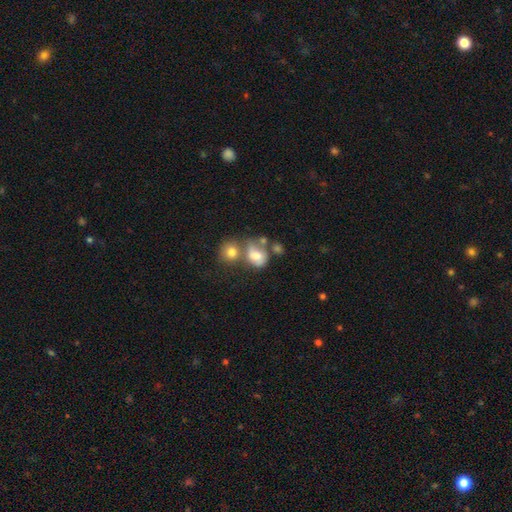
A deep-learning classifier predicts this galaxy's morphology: This appears to be a smooth galaxy with no disk features (69%) that is in between round and cigar-shaped (57%). Merging: merger (43%).